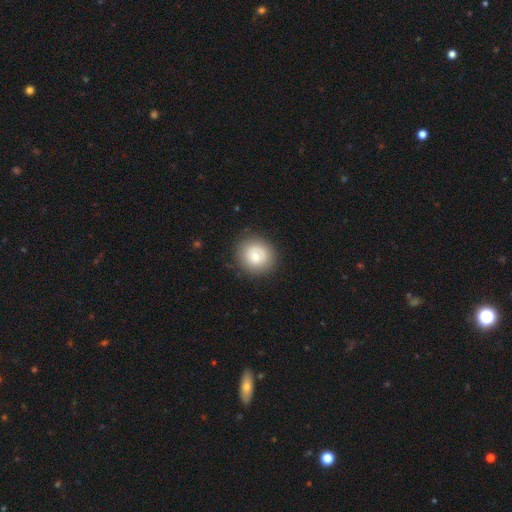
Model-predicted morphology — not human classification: type=smooth (72%); roundness=round (90%); merging=none (85%).